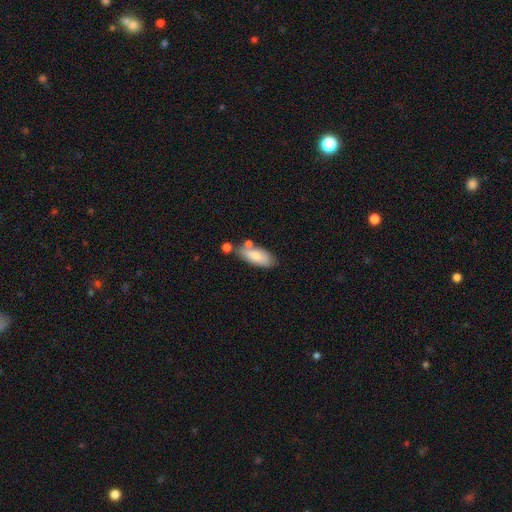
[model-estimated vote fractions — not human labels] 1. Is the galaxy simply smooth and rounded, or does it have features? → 73% smooth, 21% featured or disk, 7% star or artifact.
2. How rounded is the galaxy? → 82% in between, 15% cigar-shaped, 3% round.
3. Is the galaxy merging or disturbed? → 64% none, 18% minor disturbance, 14% merger, 4% major disturbance.